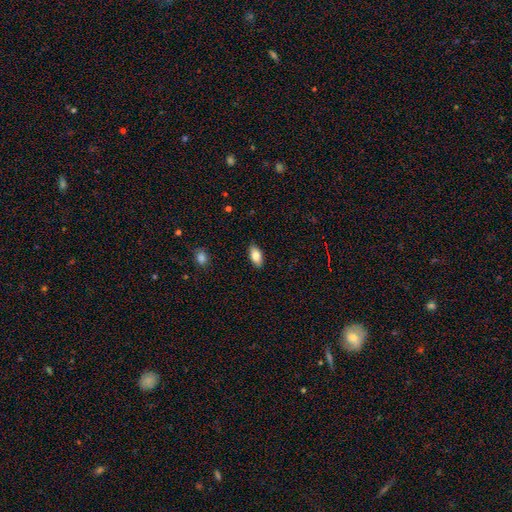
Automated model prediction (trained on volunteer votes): A smooth galaxy with no disk features (82%) that is in between round and cigar-shaped (91%). Merging: none (89%).